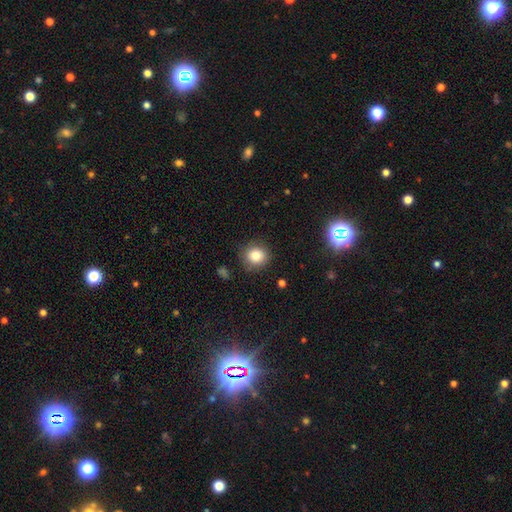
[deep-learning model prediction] Q: Smooth or featured?
A: smooth (81%); runner-up: star or artifact (12%)
Q: How rounded?
A: round (86%); runner-up: in between (13%)
Q: Merging?
A: none (85%); runner-up: minor disturbance (11%)